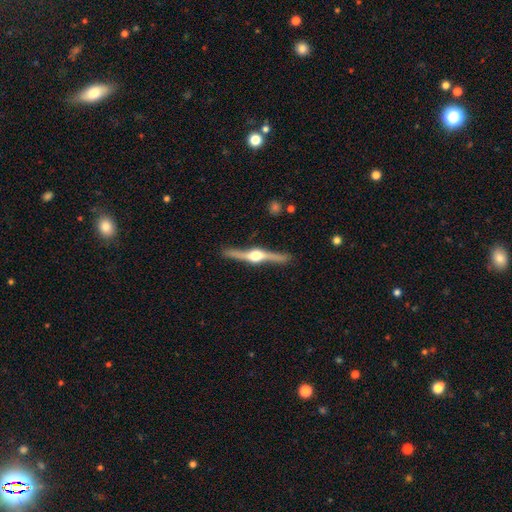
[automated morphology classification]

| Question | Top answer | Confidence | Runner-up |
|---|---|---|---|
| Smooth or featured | featured or disk | 86% | smooth (9%) |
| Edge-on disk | yes | 98% | no (2%) |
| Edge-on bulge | rounded | 96% | boxy (3%) |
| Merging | none | 89% | minor disturbance (8%) |